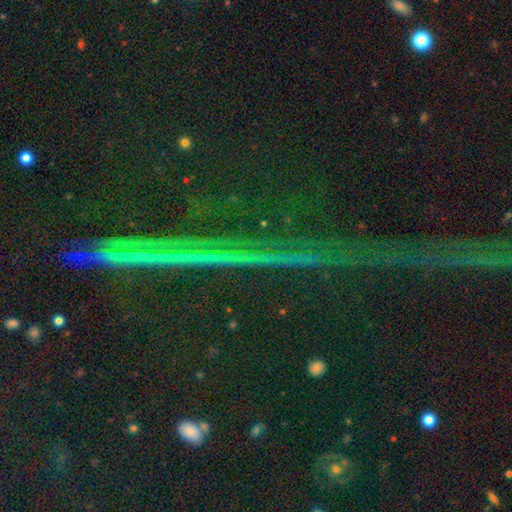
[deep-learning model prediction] smooth_or_featured: star or artifact (p=0.87) [alt: featured or disk p=0.07]